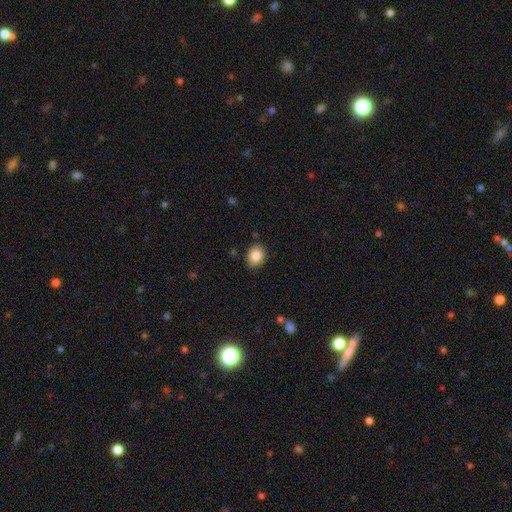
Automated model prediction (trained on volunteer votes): smooth_or_featured: smooth (p=0.85) [alt: star or artifact p=0.09]
how_rounded: round (p=0.50) [alt: in between p=0.49]
merging: none (p=0.87) [alt: minor disturbance p=0.09]